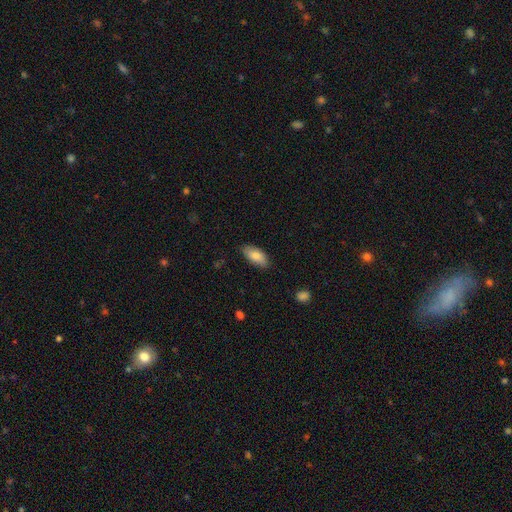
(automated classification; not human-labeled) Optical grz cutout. It shows a smooth galaxy with no disk features (82%) that is in between round and cigar-shaped (89%). Merging: none (83%).